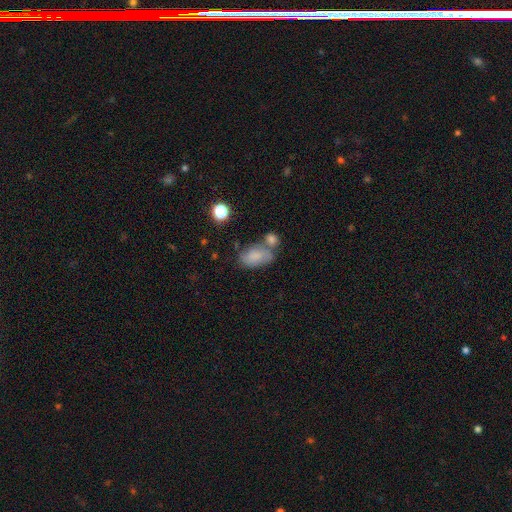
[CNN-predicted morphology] This is likely a smooth galaxy (69%). How rounded: clearly in between (89%). Merging: marginally none (41%).